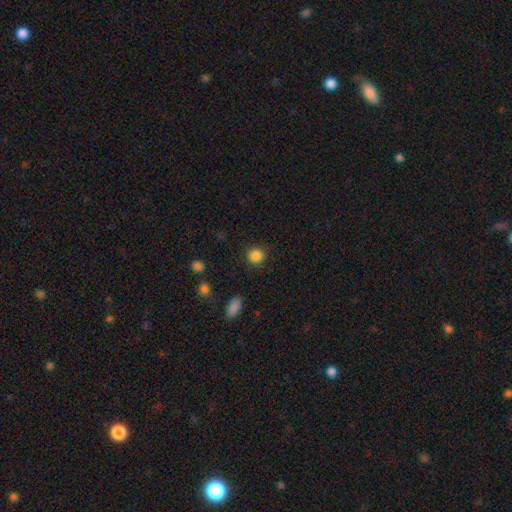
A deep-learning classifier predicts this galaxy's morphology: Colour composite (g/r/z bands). It shows a smooth galaxy with no disk features (86%) that is round (88%). Merging: none (89%).